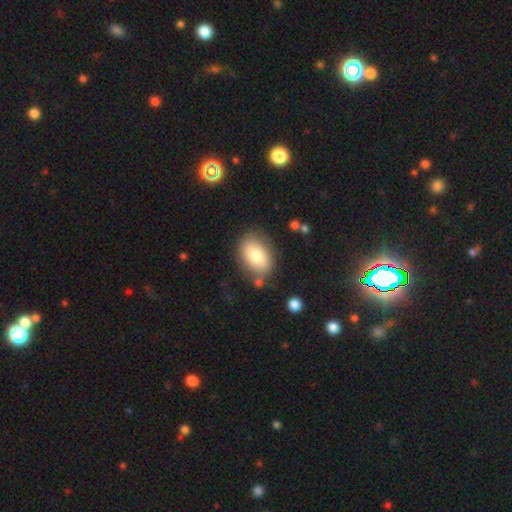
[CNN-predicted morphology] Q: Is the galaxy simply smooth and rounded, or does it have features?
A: smooth — 76%.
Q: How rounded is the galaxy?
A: in between — 83%.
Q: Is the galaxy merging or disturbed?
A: none — 76%.